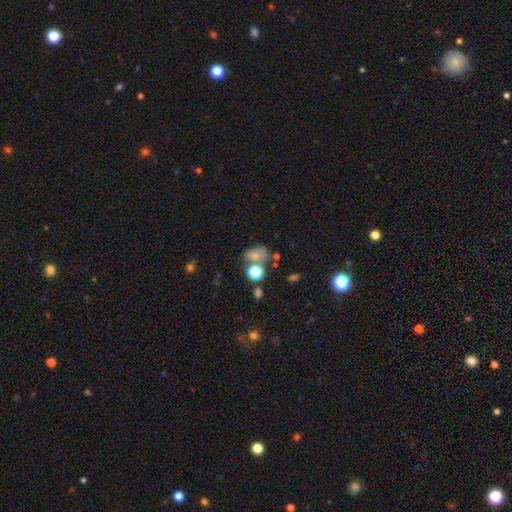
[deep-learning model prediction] Smooth or featured? Predicted: smooth (p=0.69). How rounded? Predicted: in between (p=0.59). Merging? Predicted: none (p=0.42).